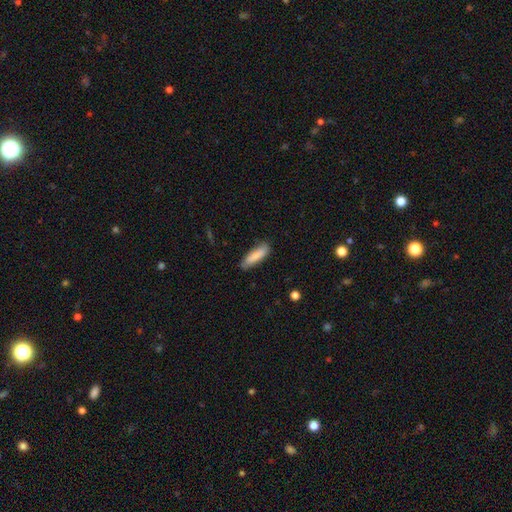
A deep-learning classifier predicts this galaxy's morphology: This appears to be a smooth galaxy with no disk features (82%) that is cigar-shaped (59%). Merging: none (80%).